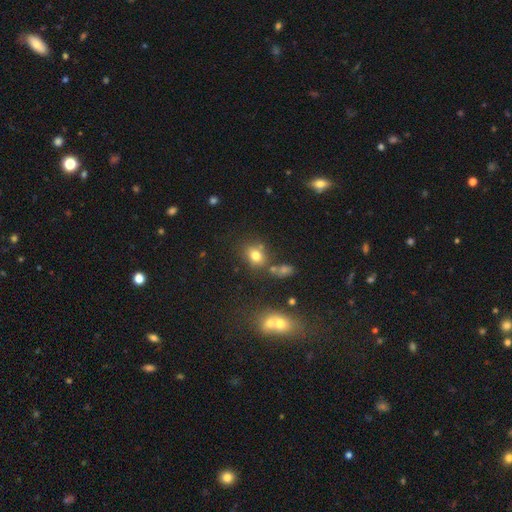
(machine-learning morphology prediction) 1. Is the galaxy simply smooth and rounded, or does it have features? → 75% smooth, 15% star or artifact, 10% featured or disk.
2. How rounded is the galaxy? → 55% round, 44% in between, 1% cigar-shaped.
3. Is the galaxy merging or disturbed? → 65% none, 15% minor disturbance, 14% merger, 6% major disturbance.